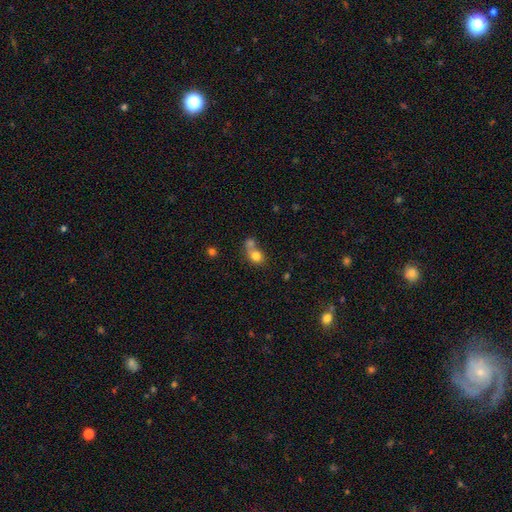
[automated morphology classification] Overall: smooth (77%). How rounded: round (66%; in between 33%). Merging: merger (55%; none 30%).